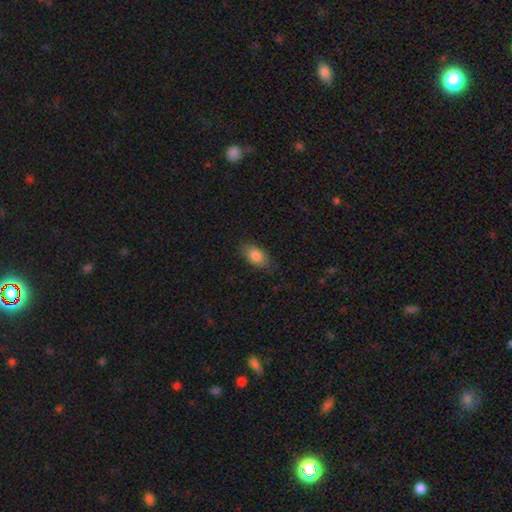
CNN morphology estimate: Smooth or featured? Predicted: smooth (p=0.85). How rounded? Predicted: in between (p=0.91). Merging? Predicted: none (p=0.79).